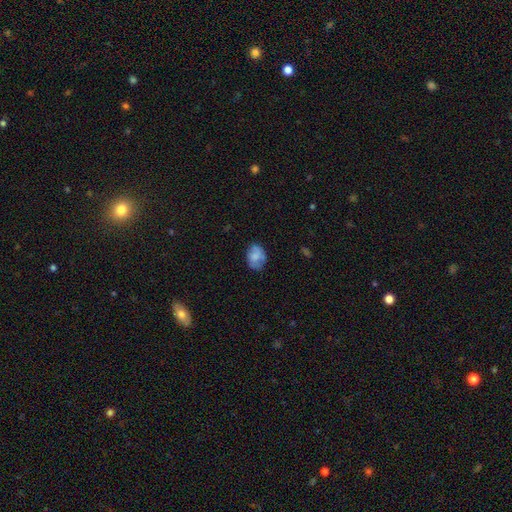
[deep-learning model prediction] smooth_or_featured: smooth (p=0.72) [alt: featured or disk p=0.20]
how_rounded: in between (p=0.74) [alt: round p=0.25]
merging: none (p=0.63) [alt: minor disturbance p=0.27]